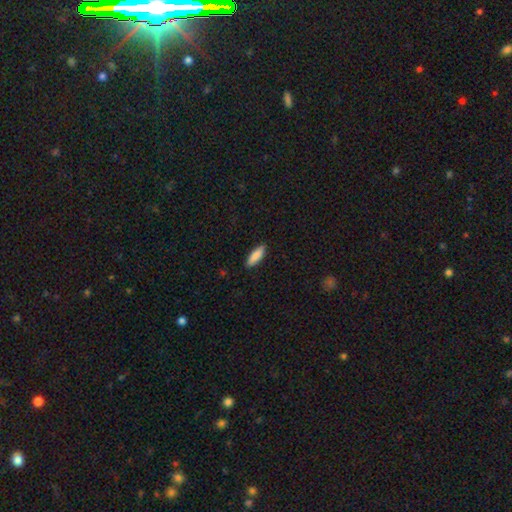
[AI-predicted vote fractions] Morphology: type=smooth (86%); roundness=cigar-shaped (50%); merging=none (88%).